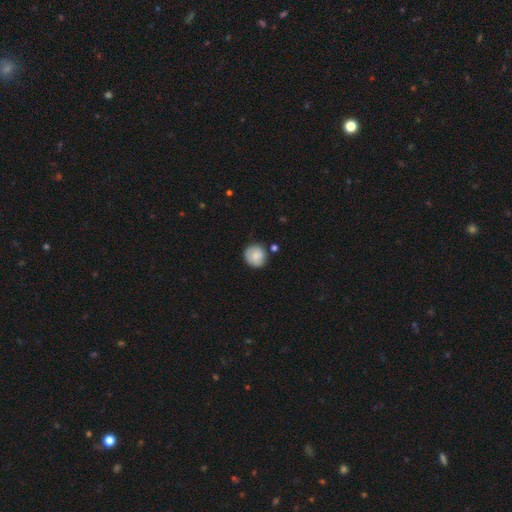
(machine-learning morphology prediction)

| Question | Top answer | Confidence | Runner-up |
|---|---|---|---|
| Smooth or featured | smooth | 82% | featured or disk (11%) |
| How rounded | round | 92% | in between (7%) |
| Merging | none | 78% | minor disturbance (14%) |